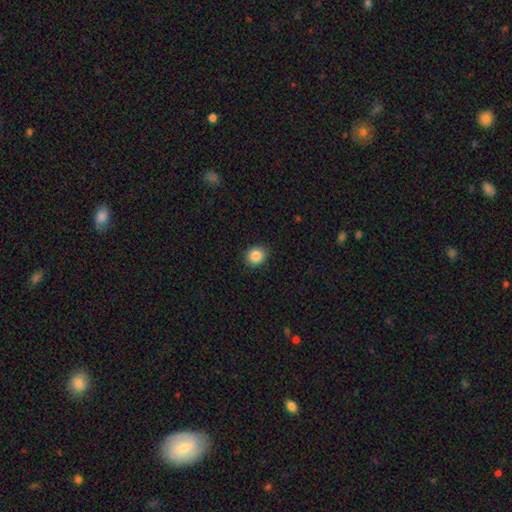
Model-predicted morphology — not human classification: Q: Smooth or featured?
A: smooth (86%); runner-up: star or artifact (9%)
Q: How rounded?
A: round (74%); runner-up: in between (25%)
Q: Merging?
A: none (90%); runner-up: minor disturbance (7%)